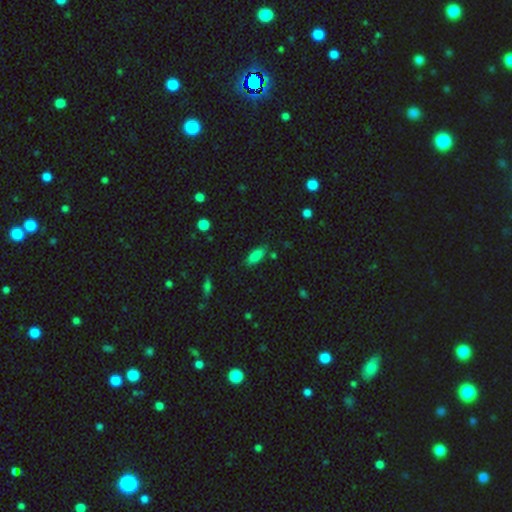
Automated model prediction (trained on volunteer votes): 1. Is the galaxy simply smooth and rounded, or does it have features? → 83% smooth, 9% star or artifact, 9% featured or disk.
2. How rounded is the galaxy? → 76% in between, 22% cigar-shaped, 2% round.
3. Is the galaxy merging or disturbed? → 79% none, 15% minor disturbance, 3% major disturbance, 3% merger.